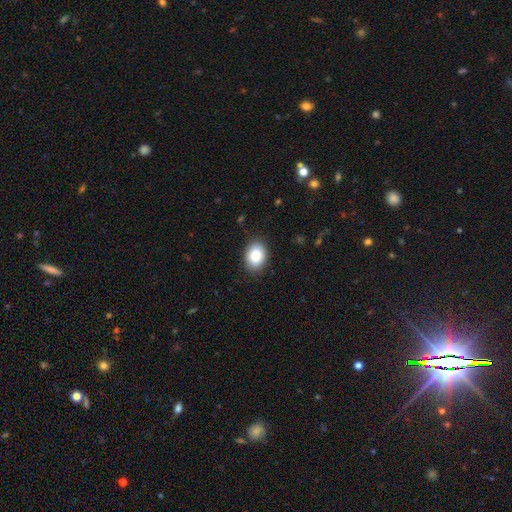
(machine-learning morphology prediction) Smooth or featured?
  - smooth: 86% *
  - star or artifact: 8%
  - featured or disk: 6%
How rounded?
  - in between: 73% *
  - round: 26%
  - cigar-shaped: 1%
Merging?
  - none: 88% *
  - minor disturbance: 9%
  - major disturbance: 2%
  - merger: 1%